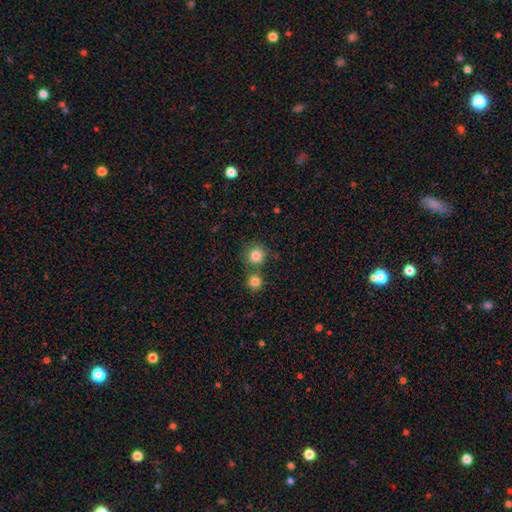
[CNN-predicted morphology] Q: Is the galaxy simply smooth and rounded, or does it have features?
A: smooth — 83%.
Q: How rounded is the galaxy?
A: round — 91%.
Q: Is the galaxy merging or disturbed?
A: none — 64%.